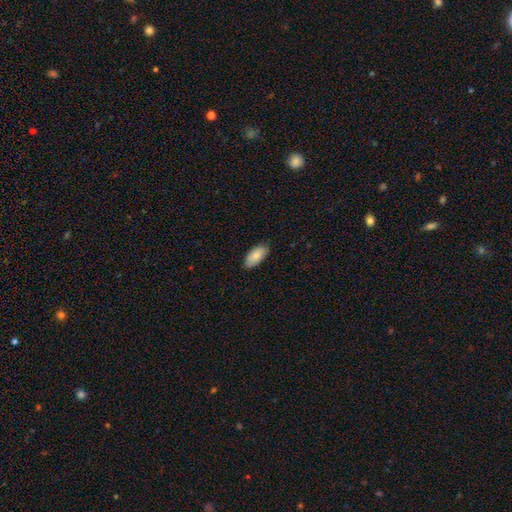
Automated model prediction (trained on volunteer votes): A smooth galaxy with no disk features (81%) that is in between round and cigar-shaped (93%). Merging: none (81%).